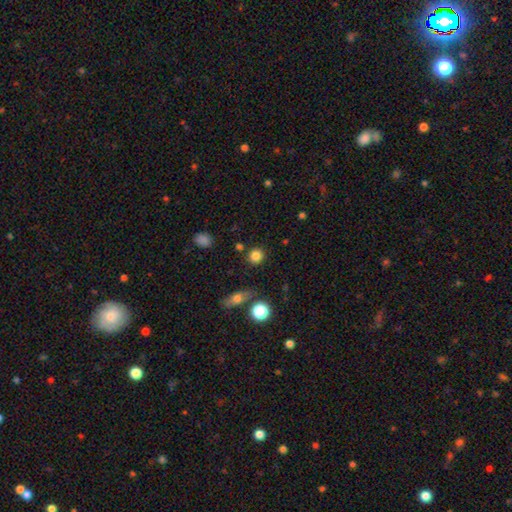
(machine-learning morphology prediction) The model was most divided on "smooth or featured": smooth: 83%, star or artifact: 11%, featured or disk: 5%. More confident: how rounded — round (90%); merging — none (87%).